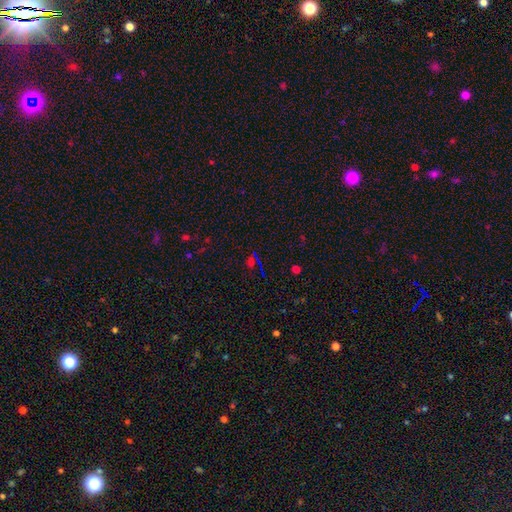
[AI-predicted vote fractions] Morphology: type=star or artifact (68%).